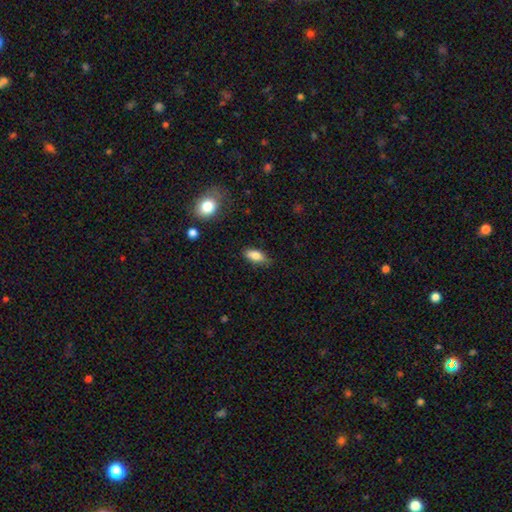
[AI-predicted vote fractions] Overall: smooth (80%). How rounded: in between (83%). Merging: none (73%).